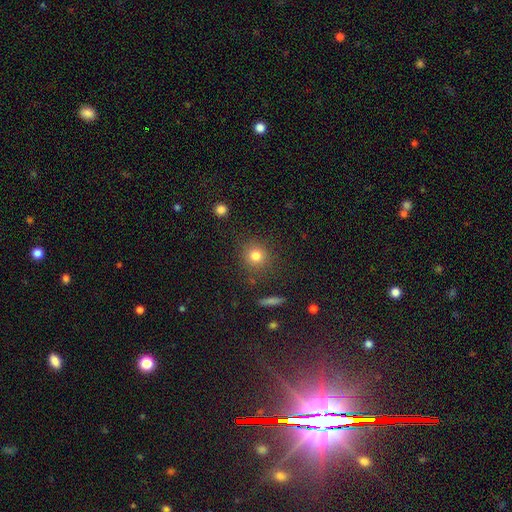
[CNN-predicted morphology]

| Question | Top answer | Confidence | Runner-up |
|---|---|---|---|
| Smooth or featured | smooth | 80% | star or artifact (12%) |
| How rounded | round | 91% | in between (8%) |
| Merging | none | 86% | minor disturbance (8%) |